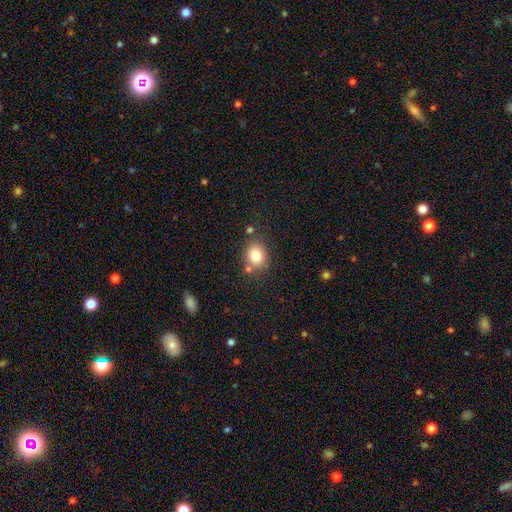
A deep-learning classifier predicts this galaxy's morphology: Smooth or featured? smooth (81%)
How rounded? round (62%)
Merging? none (71%)